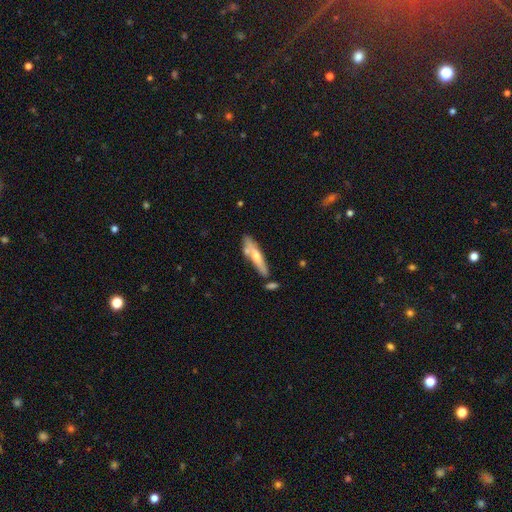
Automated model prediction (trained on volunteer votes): Q: Smooth or featured?
A: smooth (52%); runner-up: featured or disk (42%)
Q: How rounded?
A: cigar-shaped (79%); runner-up: in between (19%)
Q: Merging?
A: none (64%); runner-up: minor disturbance (18%)